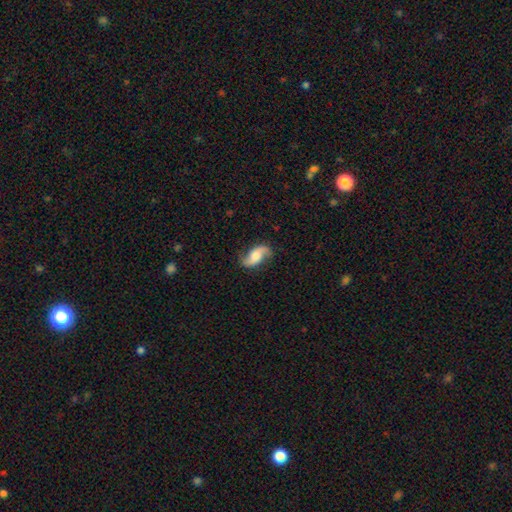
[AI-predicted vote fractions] This appears to be a featured or disk galaxy (76%) with no bar (56%), 2 (93%) loose (73%) spiral arms (95%) and a moderate central bulge (48%). Merging: none (79%).